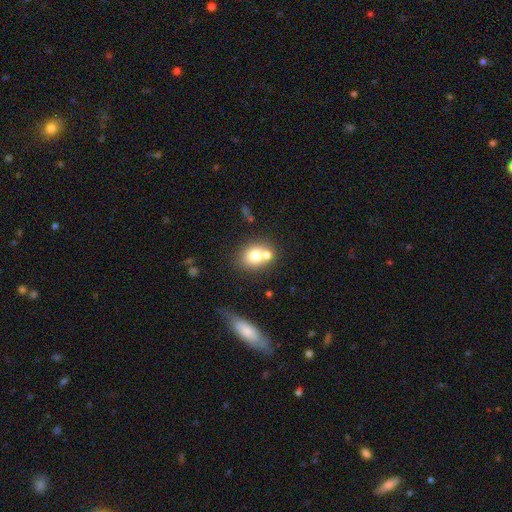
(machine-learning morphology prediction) The model was most divided on "merging": none: 46%, merger: 40%, minor disturbance: 10%, major disturbance: 4%. More confident: smooth or featured — smooth (73%); how rounded — round (60%).